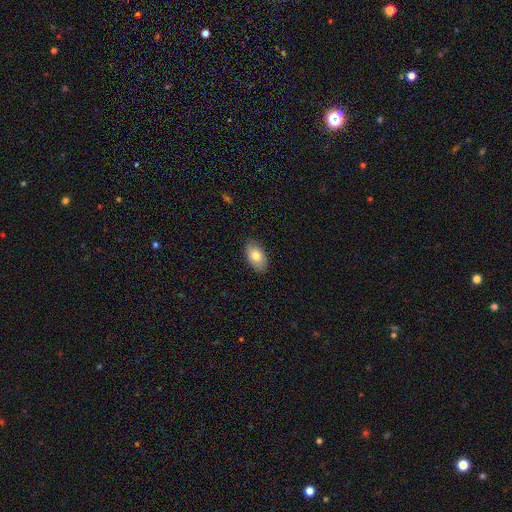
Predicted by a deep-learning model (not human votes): A smooth galaxy with no disk features (78%) that is in between round and cigar-shaped (93%). Merging: none (87%).